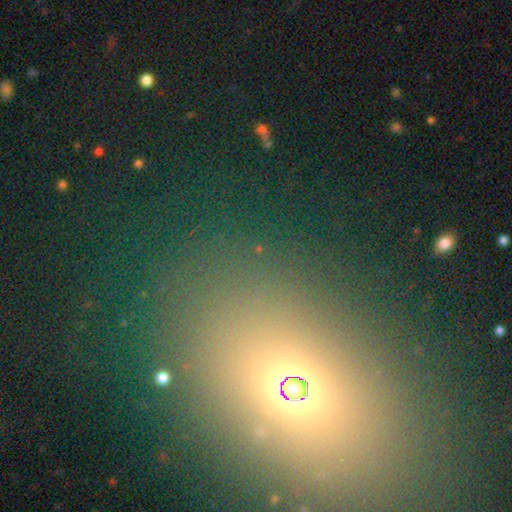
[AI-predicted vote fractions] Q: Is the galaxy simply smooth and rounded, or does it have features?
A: smooth — 46%.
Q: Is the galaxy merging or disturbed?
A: none — 79%.